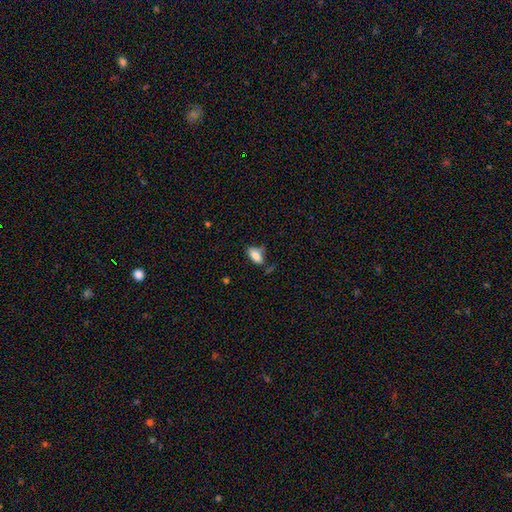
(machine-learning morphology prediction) smooth_or_featured: smooth (p=0.82) [alt: featured or disk p=0.10]
how_rounded: in between (p=0.89) [alt: cigar-shaped p=0.07]
merging: none (p=0.56) [alt: minor disturbance p=0.27]